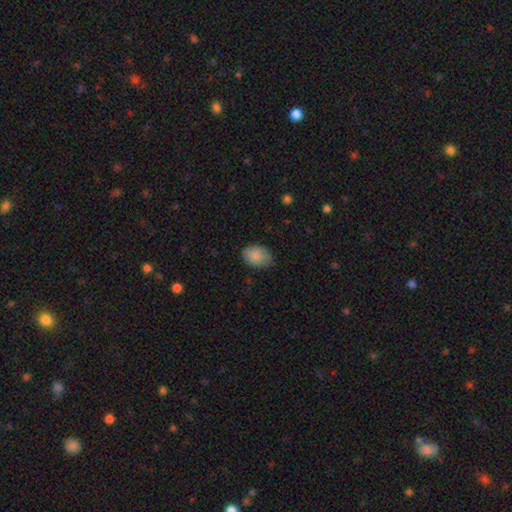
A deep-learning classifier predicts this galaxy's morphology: This is clearly a smooth galaxy (83%). How rounded: likely in between (78%). Merging: likely none (73%).